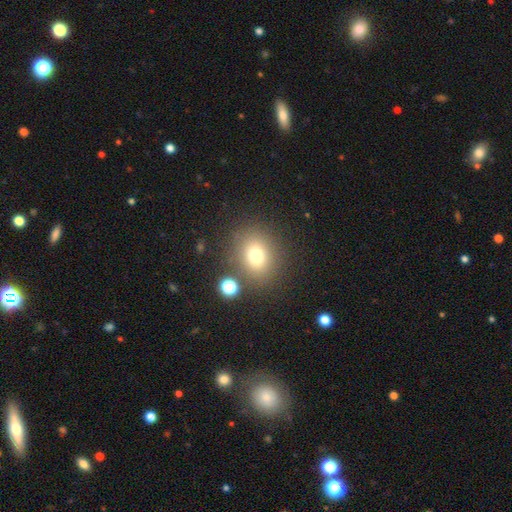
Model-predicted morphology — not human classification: Q: Smooth or featured?
A: smooth (74%); runner-up: star or artifact (15%)
Q: How rounded?
A: round (70%); runner-up: in between (29%)
Q: Merging?
A: none (80%); runner-up: minor disturbance (9%)